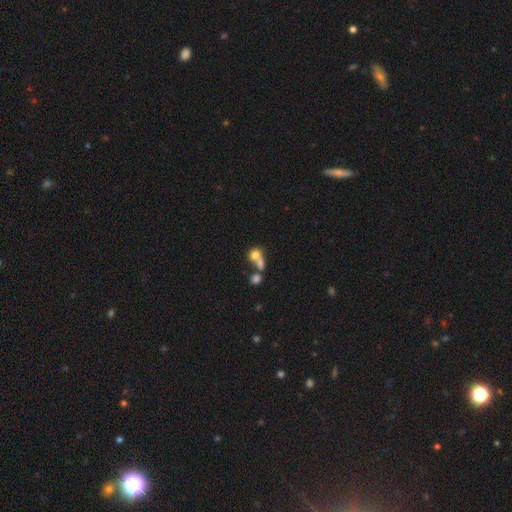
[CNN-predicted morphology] This appears to be a smooth galaxy with no disk features (70%) that is round (63%). Merging: merger (60%).